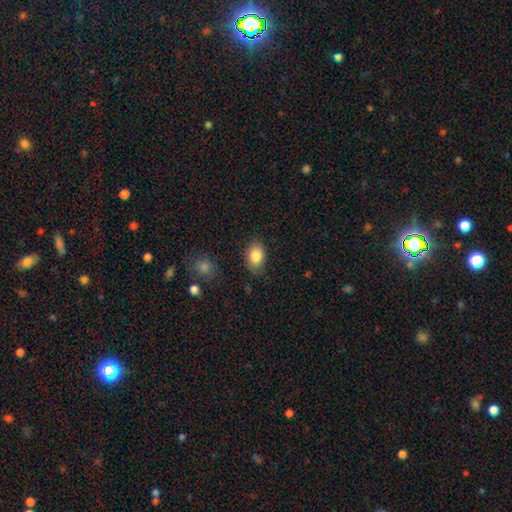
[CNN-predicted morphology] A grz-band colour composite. It shows a smooth galaxy with no disk features (85%) that is in between round and cigar-shaped (84%). Merging: none (79%).